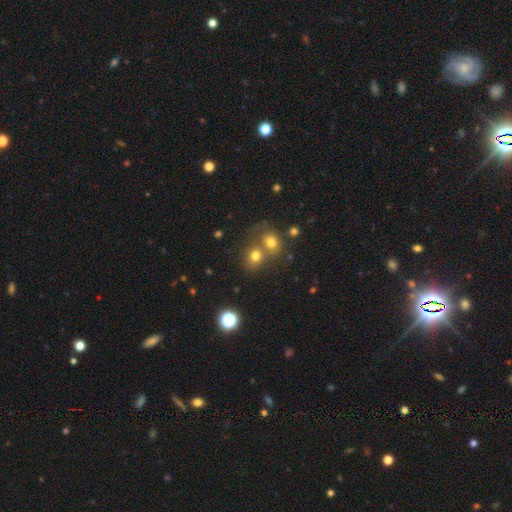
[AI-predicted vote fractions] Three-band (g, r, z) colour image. It shows a smooth galaxy with no disk features (70%) that is round (69%). Merging: merger (47%).